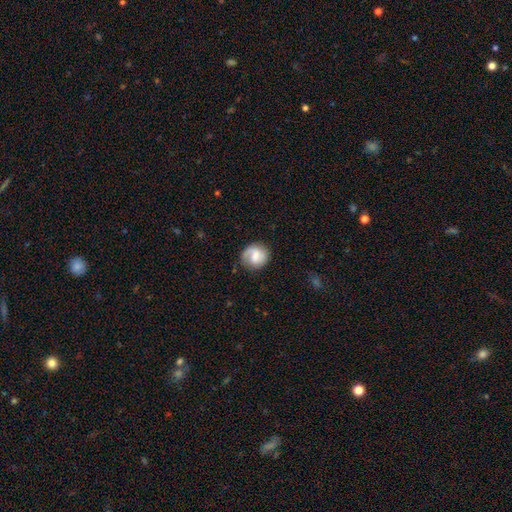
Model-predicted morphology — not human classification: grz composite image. It shows a smooth galaxy with no disk features (50%) that is round (82%). Merging: none (74%).